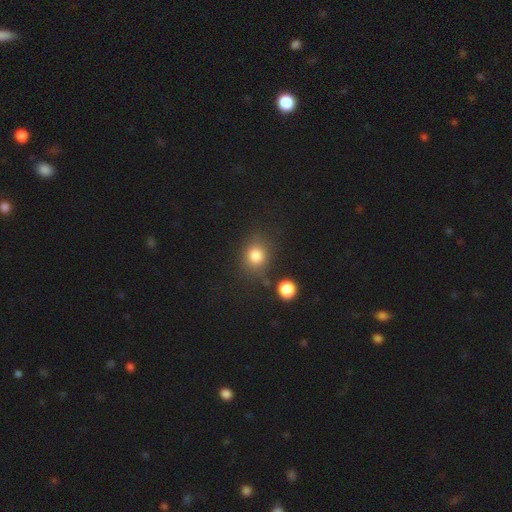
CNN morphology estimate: Smooth or featured: smooth — 82% (star or artifact — 12%)
How rounded: round — 70% (in between — 29%)
Merging: none — 73% (minor disturbance — 14%)